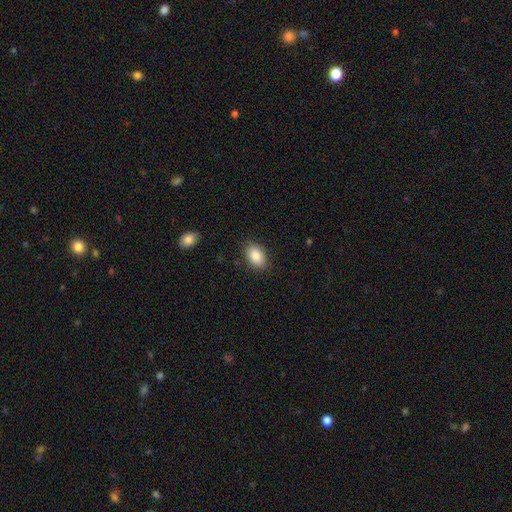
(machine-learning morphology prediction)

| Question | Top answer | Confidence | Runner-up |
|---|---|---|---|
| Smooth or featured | smooth | 87% | star or artifact (7%) |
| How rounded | in between | 87% | round (11%) |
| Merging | none | 86% | minor disturbance (10%) |